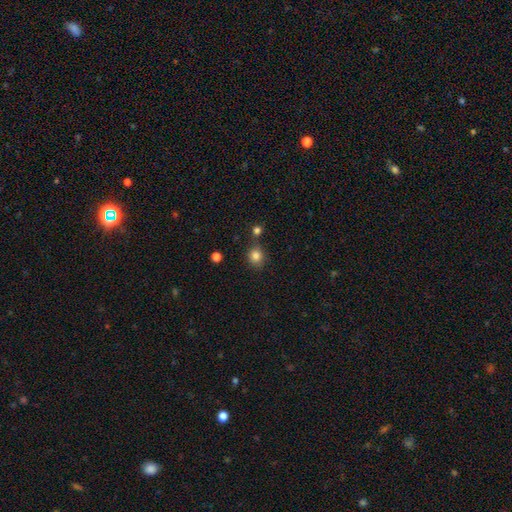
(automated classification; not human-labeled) Q: Smooth or featured?
A: smooth (83%); runner-up: star or artifact (12%)
Q: How rounded?
A: round (82%); runner-up: in between (17%)
Q: Merging?
A: none (75%); runner-up: minor disturbance (12%)